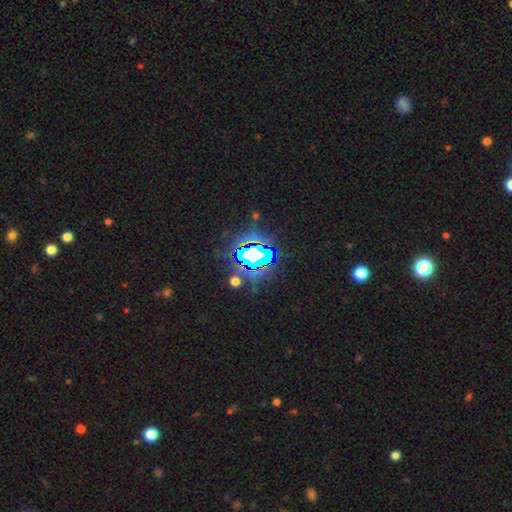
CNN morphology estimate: Smooth or featured?
  - star or artifact: 76% *
  - smooth: 13%
  - featured or disk: 10%